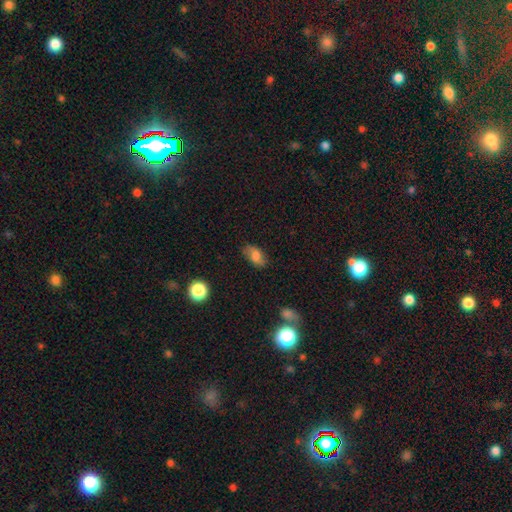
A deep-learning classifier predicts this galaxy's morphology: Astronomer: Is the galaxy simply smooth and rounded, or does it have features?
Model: smooth — 70%.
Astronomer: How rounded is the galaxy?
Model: in between — 88%.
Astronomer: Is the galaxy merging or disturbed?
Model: none — 74%.